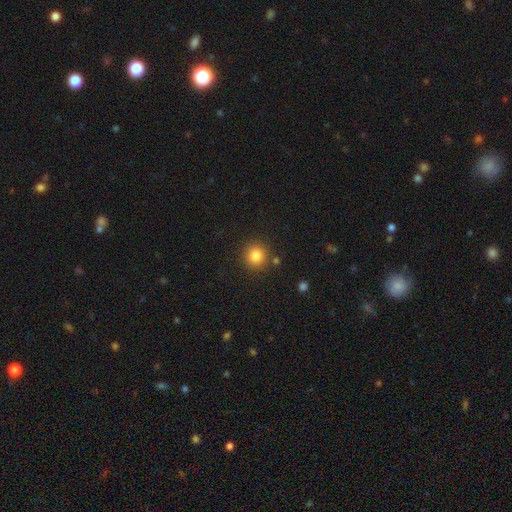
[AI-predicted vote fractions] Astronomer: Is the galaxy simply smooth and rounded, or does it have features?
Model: smooth — 84%.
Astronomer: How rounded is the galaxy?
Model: round — 92%.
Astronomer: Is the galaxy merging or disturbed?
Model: none — 86%.